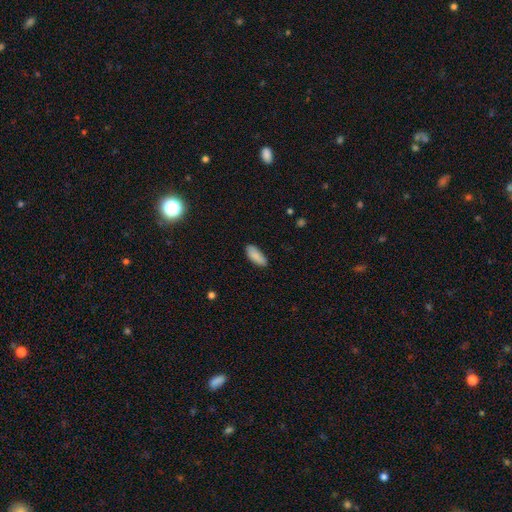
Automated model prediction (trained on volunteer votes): smooth-or-featured: smooth: 89% | star or artifact: 6% | featured or disk: 5%
  how-rounded: in between: 80% | cigar-shaped: 19% | round: 2%
  merging: none: 85% | minor disturbance: 12% | major disturbance: 2% | merger: 1%